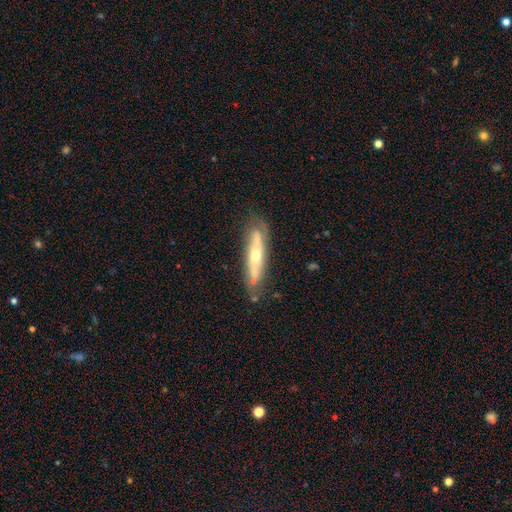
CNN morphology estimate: This is likely a featured or disk galaxy (65%). It is possibly viewed edge-on (53%). Merging: likely none (73%).